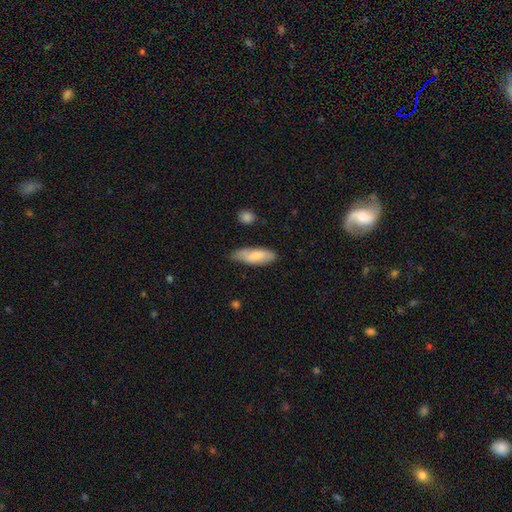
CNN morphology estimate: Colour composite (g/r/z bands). It shows a smooth galaxy with no disk features (71%) that is in between round and cigar-shaped (63%). Merging: none (65%).